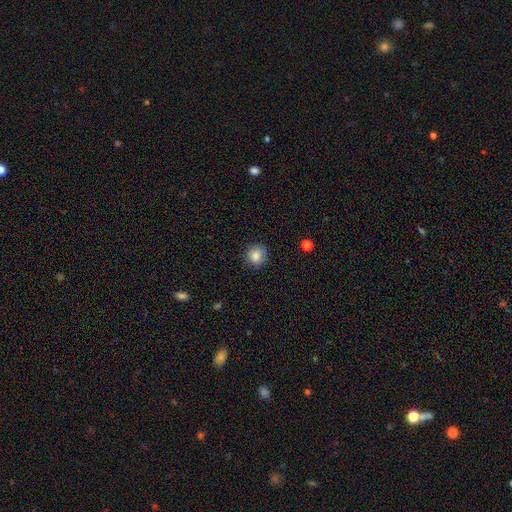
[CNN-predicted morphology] smooth_or_featured: smooth (p=0.84) [alt: star or artifact p=0.10]
how_rounded: round (p=0.89) [alt: in between p=0.10]
merging: none (p=0.86) [alt: minor disturbance p=0.10]